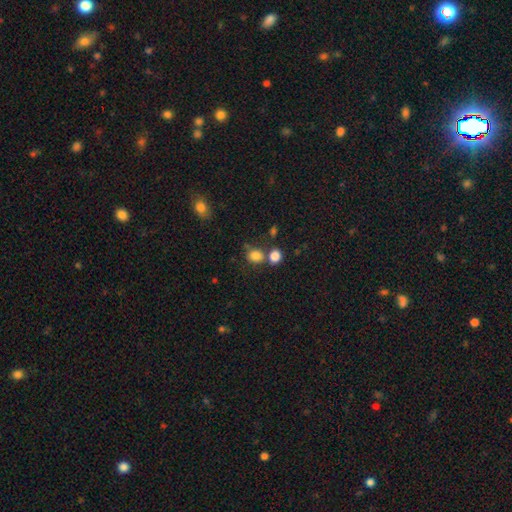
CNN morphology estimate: A smooth galaxy with no disk features (82%) that is round (71%).

Vote fractions:
- Smooth or featured? smooth: 82% / star or artifact: 12% / featured or disk: 6%
- How rounded? round: 71% / in between: 28% / cigar-shaped: 1%
- Merging? none: 61% / merger: 24% / minor disturbance: 11% / major disturbance: 4%